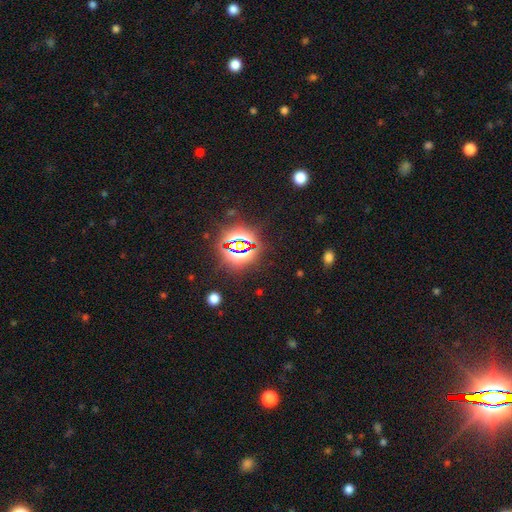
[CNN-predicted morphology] A star or artifact, not a galaxy (81%).